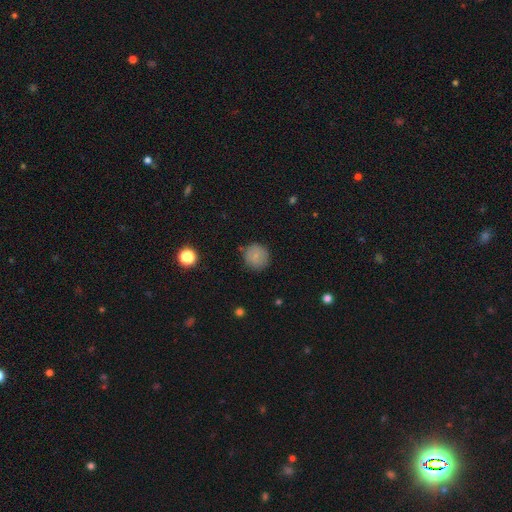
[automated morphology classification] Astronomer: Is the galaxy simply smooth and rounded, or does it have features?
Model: smooth — 81%.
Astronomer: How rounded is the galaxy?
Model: round — 93%.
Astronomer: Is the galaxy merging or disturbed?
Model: none — 83%.